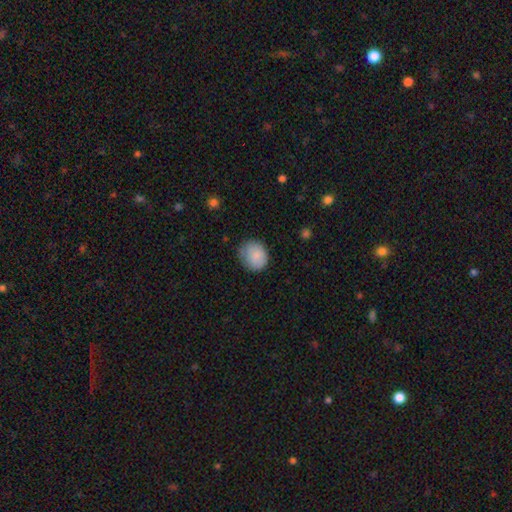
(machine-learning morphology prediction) A smooth galaxy with no disk features (85%) that is round (69%).

Vote fractions:
- Smooth or featured? smooth: 85% / featured or disk: 8% / star or artifact: 7%
- How rounded? round: 69% / in between: 30% / cigar-shaped: 1%
- Merging? none: 71% / minor disturbance: 23% / major disturbance: 5% / merger: 1%